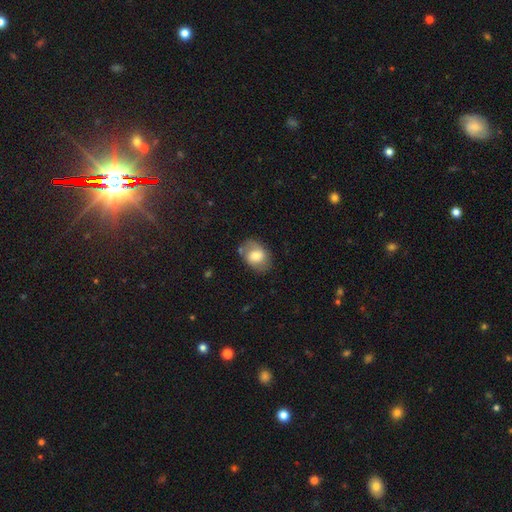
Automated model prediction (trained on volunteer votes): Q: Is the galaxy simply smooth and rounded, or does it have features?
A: smooth — 65%.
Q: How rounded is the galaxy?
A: in between — 70%.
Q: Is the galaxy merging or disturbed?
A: none — 70%.